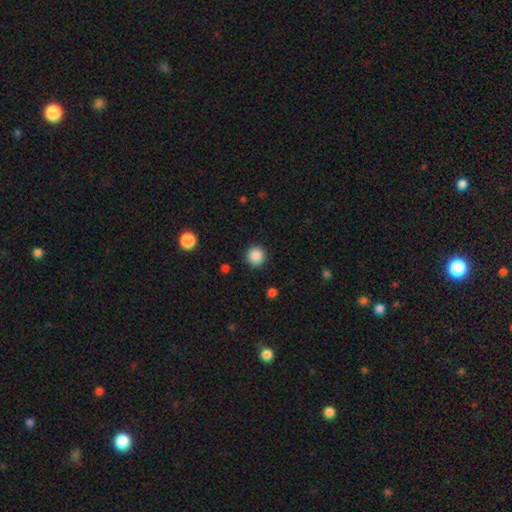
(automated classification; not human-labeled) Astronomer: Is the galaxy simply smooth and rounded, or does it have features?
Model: smooth — 88%.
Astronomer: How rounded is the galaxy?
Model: round — 95%.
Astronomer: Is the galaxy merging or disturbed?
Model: none — 92%.